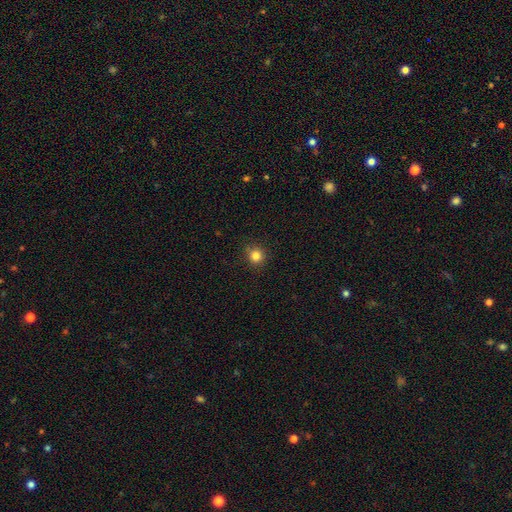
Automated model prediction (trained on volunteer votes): A smooth galaxy with no disk features (83%) that is round (91%). Merging: none (87%).